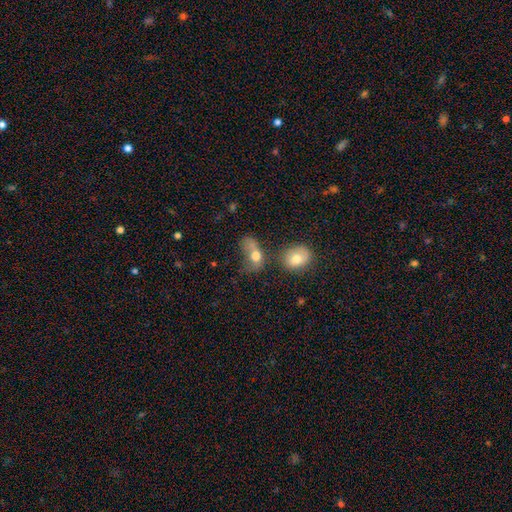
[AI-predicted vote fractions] smooth 73%, featured or disk 17%, star or artifact 10%. Down the decision tree: how rounded — in between (72%); merging — merger (32%).